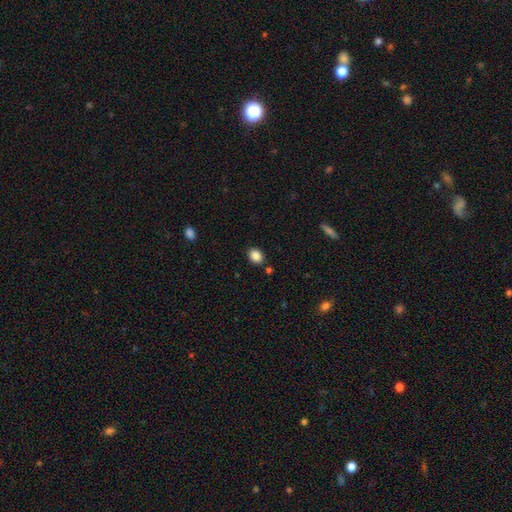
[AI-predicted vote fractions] Smooth or featured: smooth — 87% (star or artifact — 9%)
How rounded: in between — 54% (round — 45%)
Merging: none — 86% (minor disturbance — 8%)